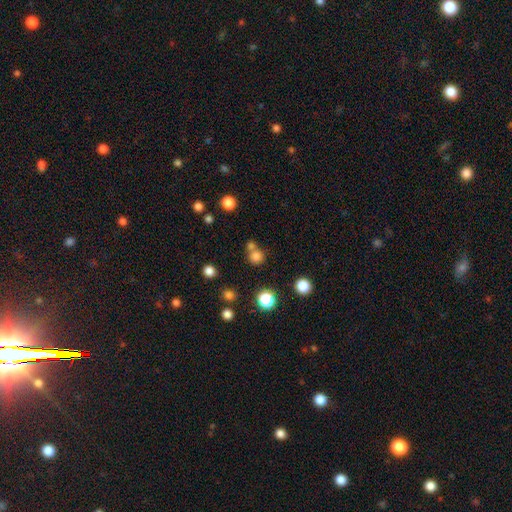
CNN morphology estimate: type=smooth (76%); roundness=round (89%); merging=none (56%).